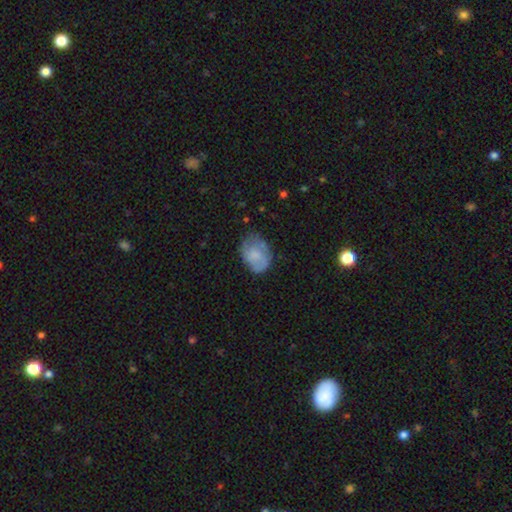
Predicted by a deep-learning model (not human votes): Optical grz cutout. It shows a smooth galaxy with no disk features (60%) that is in between round and cigar-shaped (72%). Merging: none (56%).